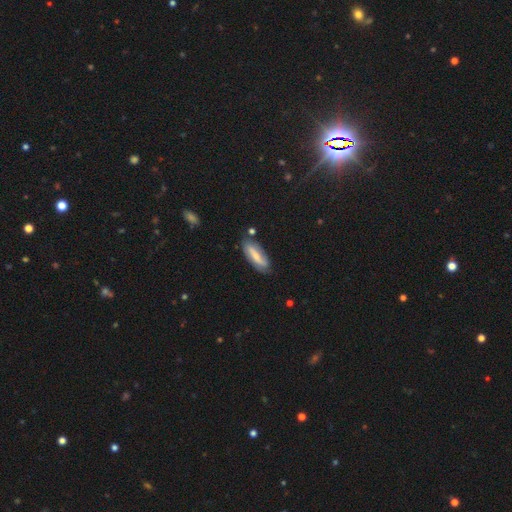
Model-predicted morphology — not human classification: Q: Smooth or featured?
A: smooth (51%); runner-up: featured or disk (42%)
Q: How rounded?
A: in between (60%); runner-up: cigar-shaped (38%)
Q: Merging?
A: none (77%); runner-up: minor disturbance (17%)